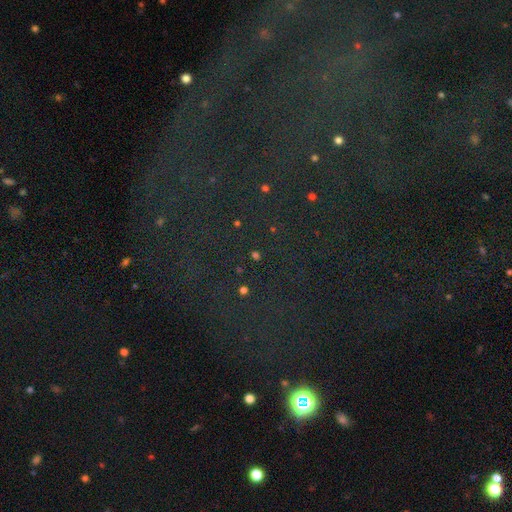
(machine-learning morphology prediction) Smooth or featured: star or artifact — 67% (smooth — 25%)